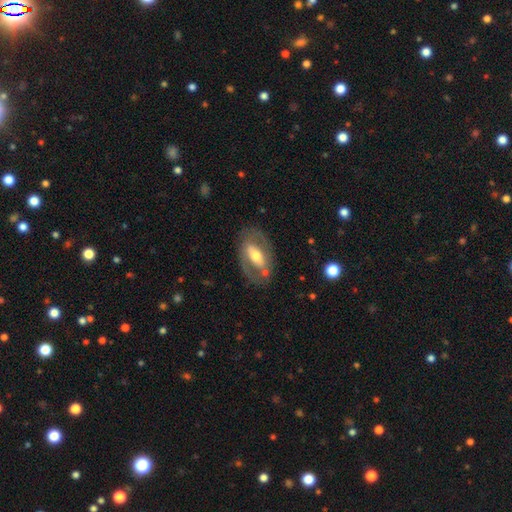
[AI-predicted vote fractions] This appears to be a featured or disk galaxy (64%) with a strong bar (40%), no spiral arms (59%) and a moderate central bulge (64%). Merging: none (74%).